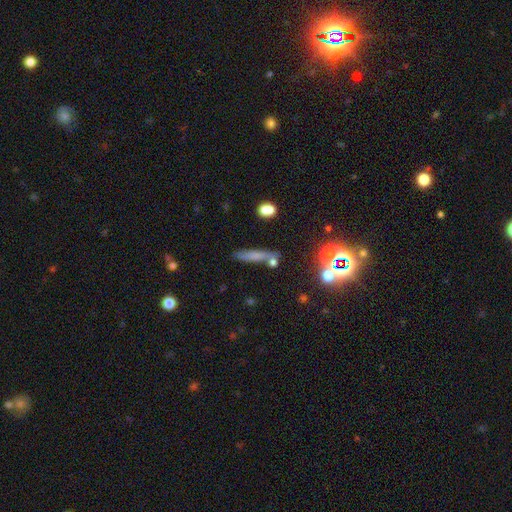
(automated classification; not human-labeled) smooth 59%, featured or disk 25%, star or artifact 17%. Down the decision tree: how rounded — cigar-shaped (83%); merging — none (71%).